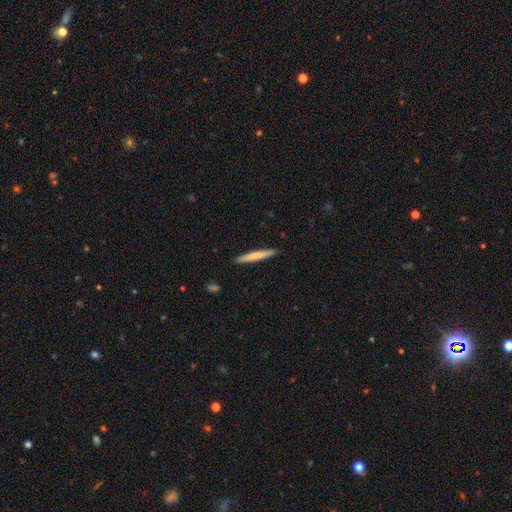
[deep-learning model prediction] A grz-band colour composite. It shows a smooth galaxy with no disk features (70%) that is cigar-shaped (96%). Merging: none (92%).